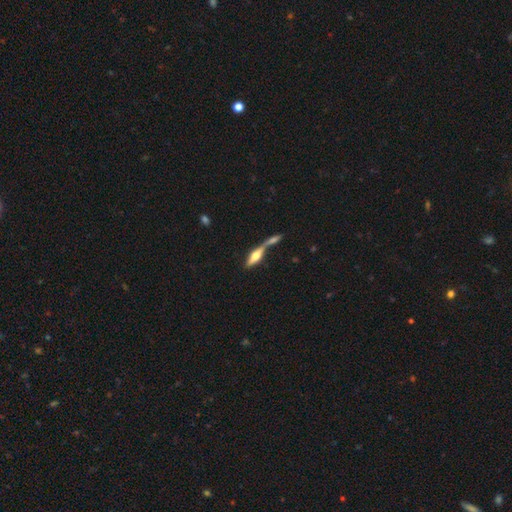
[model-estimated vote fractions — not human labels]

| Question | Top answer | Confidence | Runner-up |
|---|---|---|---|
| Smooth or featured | featured or disk | 50% | smooth (42%) |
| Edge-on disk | yes | 87% | no (13%) |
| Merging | merger | 48% | none (35%) |